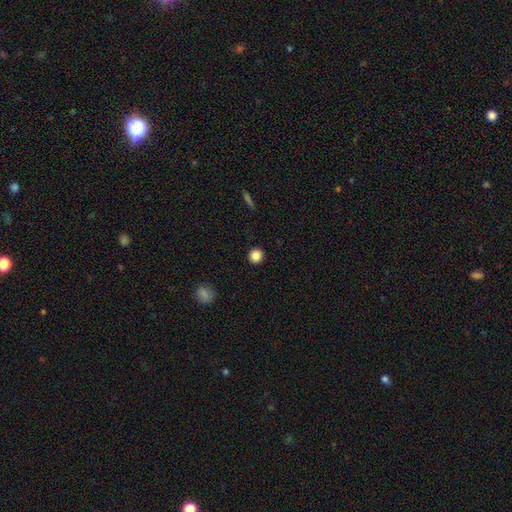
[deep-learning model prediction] Smooth or featured? Predicted: smooth (p=0.85). How rounded? Predicted: round (p=0.94). Merging? Predicted: none (p=0.93).